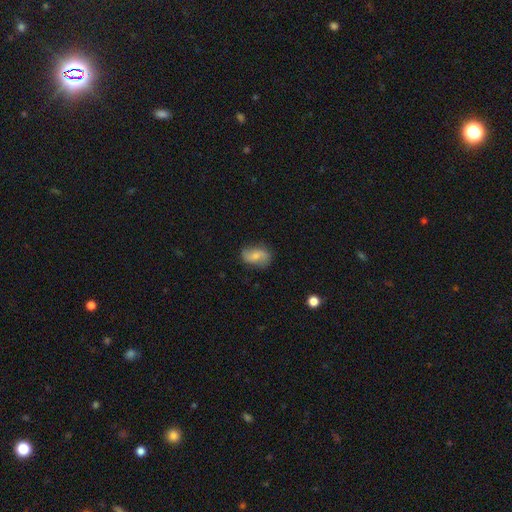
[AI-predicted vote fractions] This is possibly a featured or disk galaxy (46%, tied with smooth). Merging: likely none (76%).